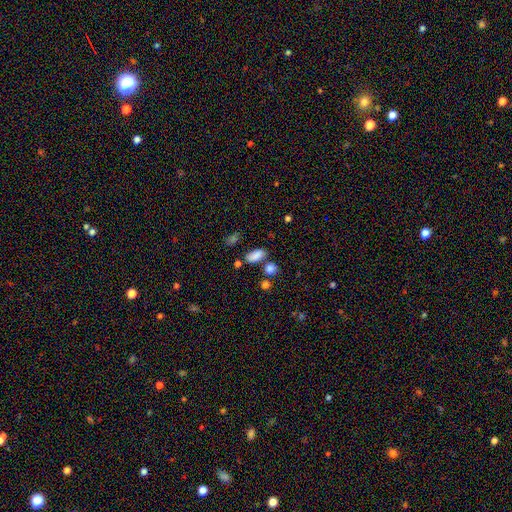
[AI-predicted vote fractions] Smooth or featured?
  - smooth: 84% *
  - star or artifact: 10%
  - featured or disk: 6%
How rounded?
  - in between: 87% *
  - cigar-shaped: 7%
  - round: 6%
Merging?
  - none: 71% *
  - minor disturbance: 14%
  - merger: 11%
  - major disturbance: 5%